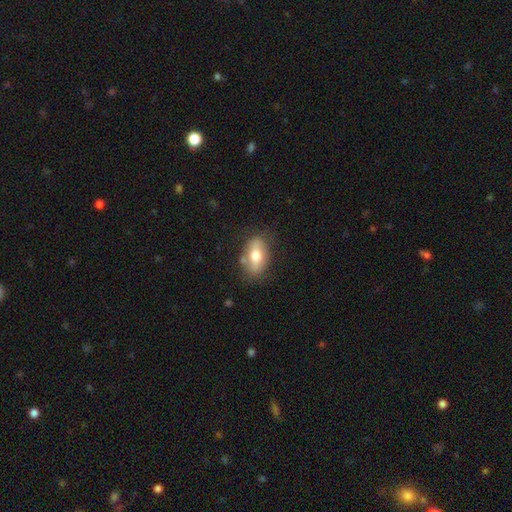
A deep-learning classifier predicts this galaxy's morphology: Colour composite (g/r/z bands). It shows a smooth galaxy with no disk features (65%) that is in between round and cigar-shaped (87%). Merging: none (73%).